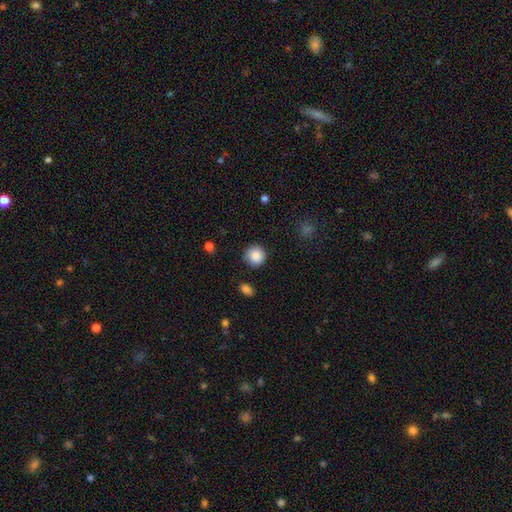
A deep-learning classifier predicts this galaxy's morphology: The model was most divided on "merging": none: 85%, minor disturbance: 11%, major disturbance: 3%, merger: 2%. More confident: how rounded — round (93%); smooth or featured — smooth (87%).